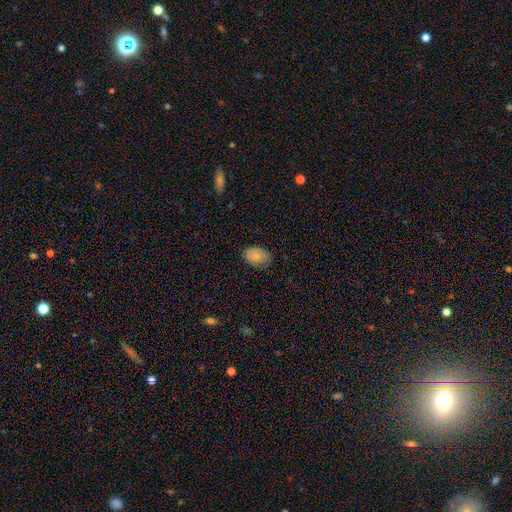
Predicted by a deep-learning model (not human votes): This appears to be a smooth galaxy with no disk features (81%) that is in between round and cigar-shaped (86%). Merging: none (70%).